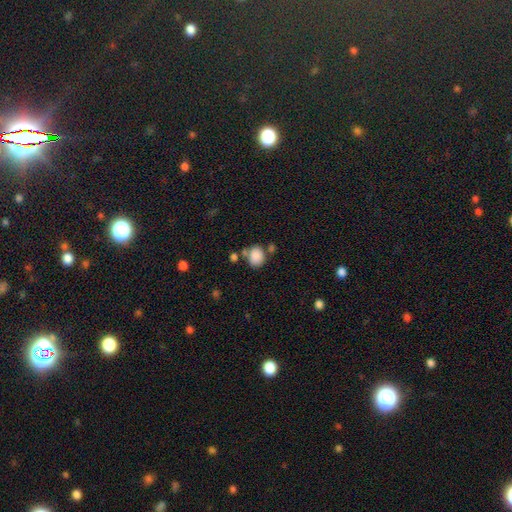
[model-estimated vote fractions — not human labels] Smooth or featured? Predicted: smooth (p=0.85). How rounded? Predicted: round (p=0.60). Merging? Predicted: none (p=0.55).